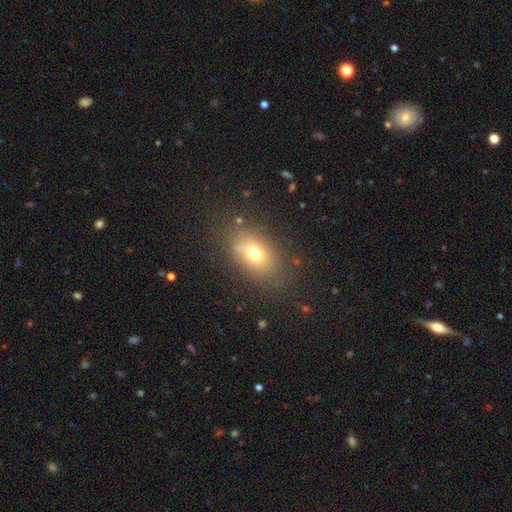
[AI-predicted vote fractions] A smooth galaxy with no disk features (70%) that is in between round and cigar-shaped (74%). Merging: none (74%).